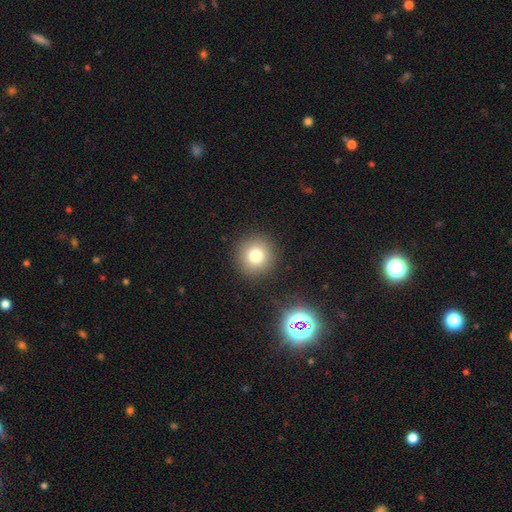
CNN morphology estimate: smooth_or_featured: smooth (p=0.77) [alt: star or artifact p=0.14]
how_rounded: round (p=0.94) [alt: in between p=0.05]
merging: none (p=0.90) [alt: minor disturbance p=0.06]